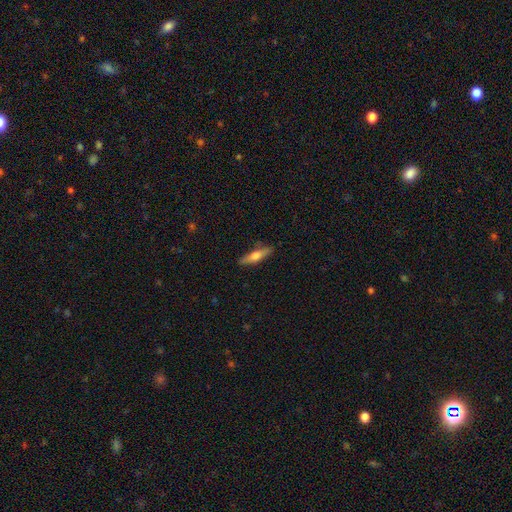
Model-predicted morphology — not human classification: type=smooth (57%); roundness=cigar-shaped (76%); merging=none (85%).